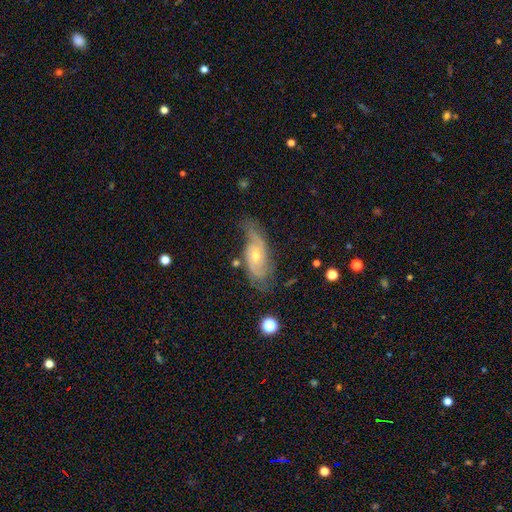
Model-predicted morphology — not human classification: smooth_or_featured: featured or disk (p=0.80) [alt: smooth p=0.14]
disk_edge_on: no (p=0.93) [alt: yes p=0.07]
bar: no (p=0.59) [alt: weak p=0.34]
has_spiral_arms: yes (p=0.93) [alt: no p=0.07]
spiral_winding: medium (p=0.44) [alt: tight p=0.34]
spiral_arm_count: 2 (p=0.68) [alt: can't tell p=0.17]
bulge_size: small (p=0.53) [alt: moderate p=0.43]
merging: none (p=0.58) [alt: minor disturbance p=0.26]